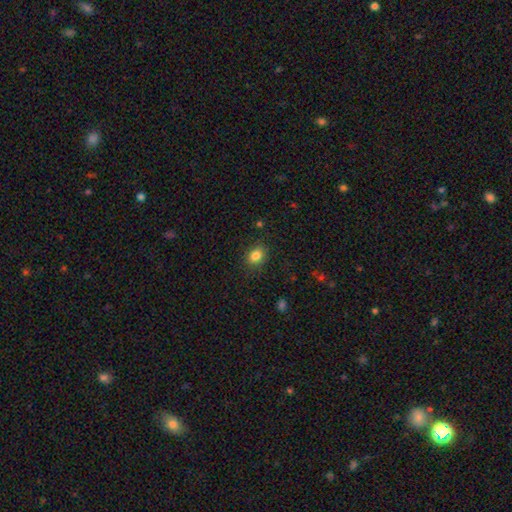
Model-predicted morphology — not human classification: smooth 84%, star or artifact 11%, featured or disk 6%. Down the decision tree: how rounded — round (50%); merging — none (86%).